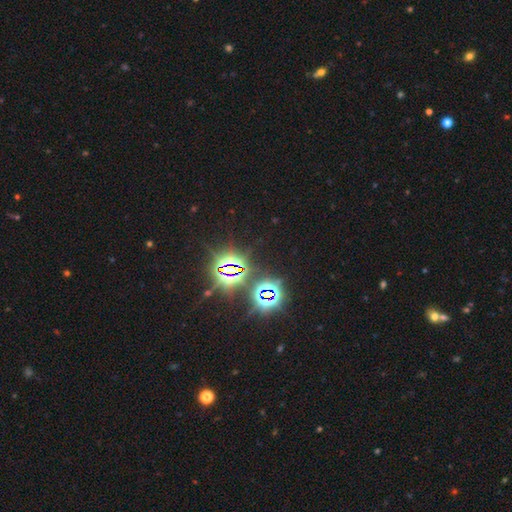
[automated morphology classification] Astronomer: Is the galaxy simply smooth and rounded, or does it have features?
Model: star or artifact — 78%.